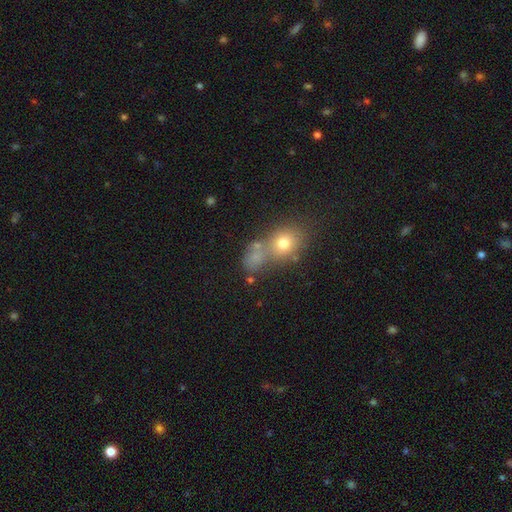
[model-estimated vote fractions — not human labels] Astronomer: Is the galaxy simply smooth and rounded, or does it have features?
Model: smooth — 68%.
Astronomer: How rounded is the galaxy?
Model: in between — 55% (runner-up: round, 41%).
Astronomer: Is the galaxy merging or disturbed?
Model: merger — 41% (runner-up: none, 39%).